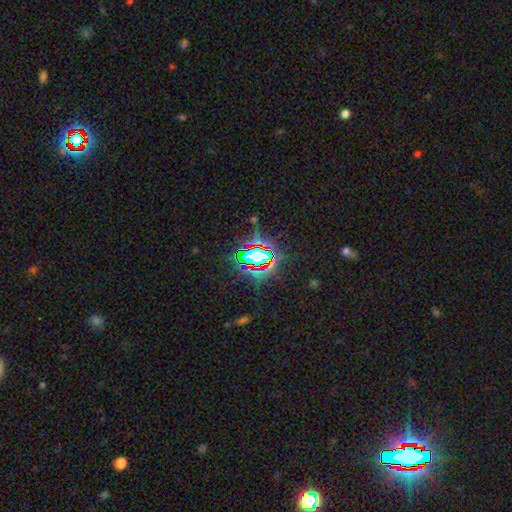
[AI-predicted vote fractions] Overall: star or artifact (77%).